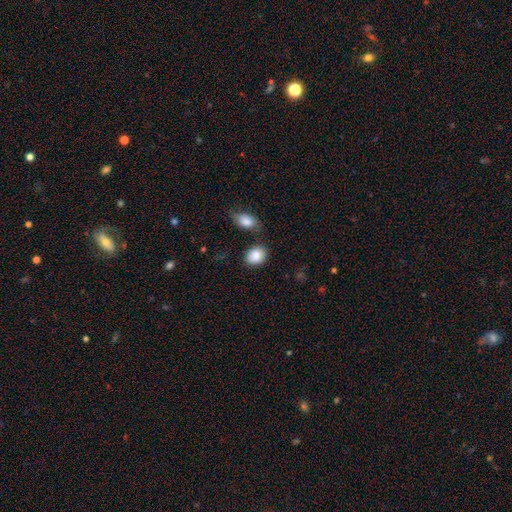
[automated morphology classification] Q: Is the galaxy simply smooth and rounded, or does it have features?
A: smooth — 86%.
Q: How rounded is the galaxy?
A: in between — 56%.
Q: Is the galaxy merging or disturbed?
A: none — 74%.